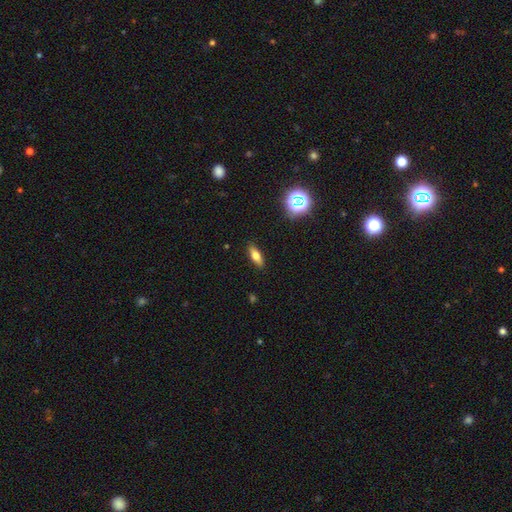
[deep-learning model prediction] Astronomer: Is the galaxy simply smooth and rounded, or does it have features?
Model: smooth — 68%.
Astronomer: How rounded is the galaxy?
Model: in between — 64%.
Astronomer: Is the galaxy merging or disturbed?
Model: none — 88%.